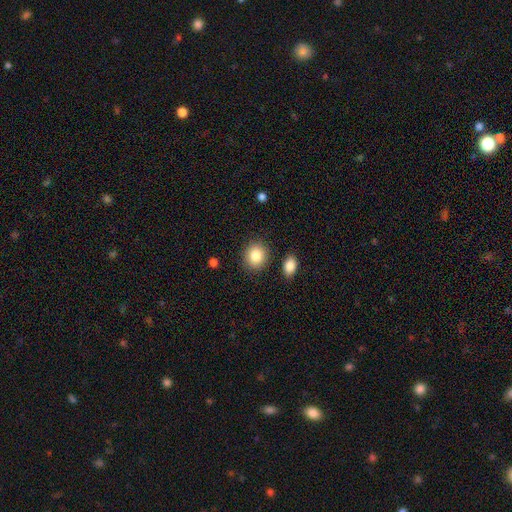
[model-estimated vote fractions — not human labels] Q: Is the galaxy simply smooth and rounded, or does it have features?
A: smooth — 86%.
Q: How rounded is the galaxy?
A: round — 71%.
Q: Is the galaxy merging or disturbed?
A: none — 86%.